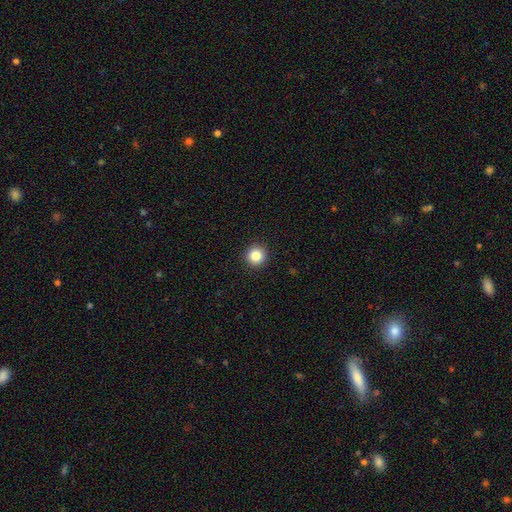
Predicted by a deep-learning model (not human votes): Overall: smooth (85%). How rounded: round (95%). Merging: none (93%).